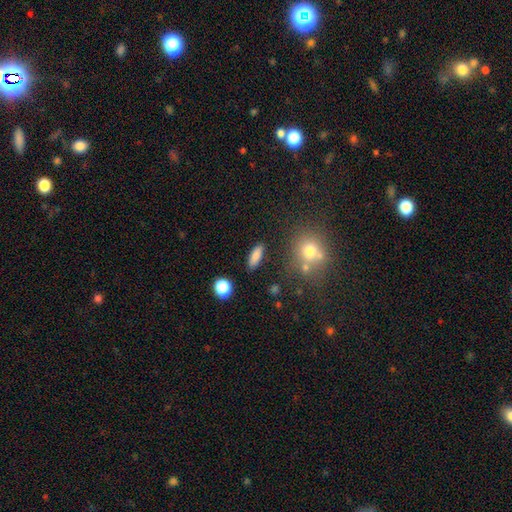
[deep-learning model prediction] Overall: smooth (84%). How rounded: in between (56%; cigar-shaped 39%). Merging: none (86%).